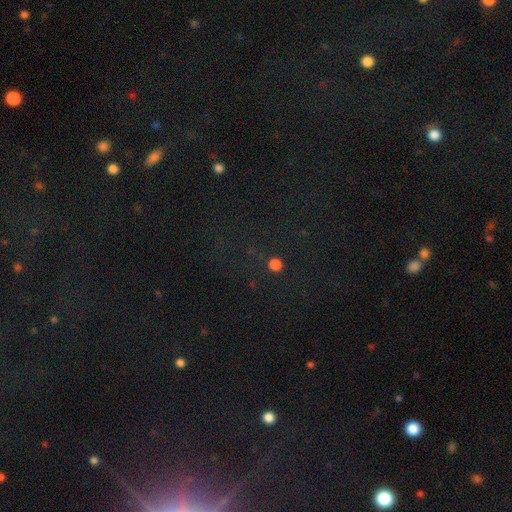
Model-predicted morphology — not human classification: This appears to be a star or artifact, not a galaxy (76%).